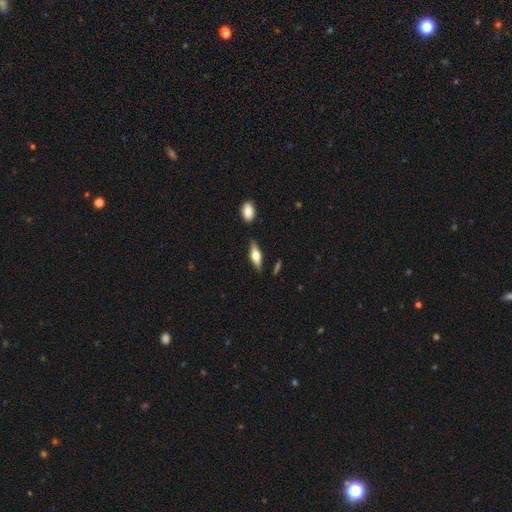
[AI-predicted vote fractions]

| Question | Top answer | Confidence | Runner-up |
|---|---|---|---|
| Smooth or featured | featured or disk | 54% | smooth (39%) |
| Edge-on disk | yes | 94% | no (6%) |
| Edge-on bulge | rounded | 93% | boxy (6%) |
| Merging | none | 85% | minor disturbance (10%) |